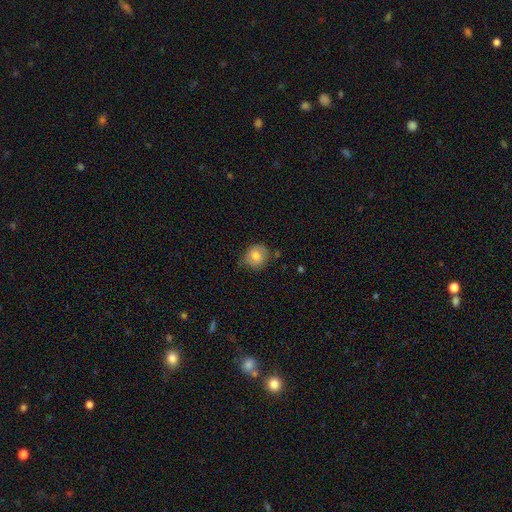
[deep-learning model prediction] This appears to be a smooth galaxy with no disk features (77%) that is round (80%). Merging: none (65%).